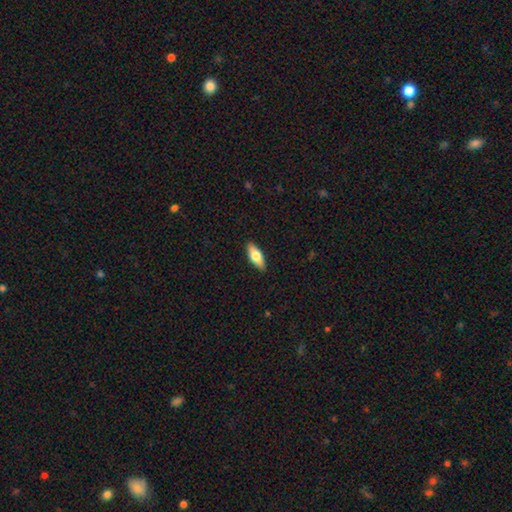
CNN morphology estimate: Smooth or featured? smooth (63%)
How rounded? in between (65%)
Merging? none (90%)